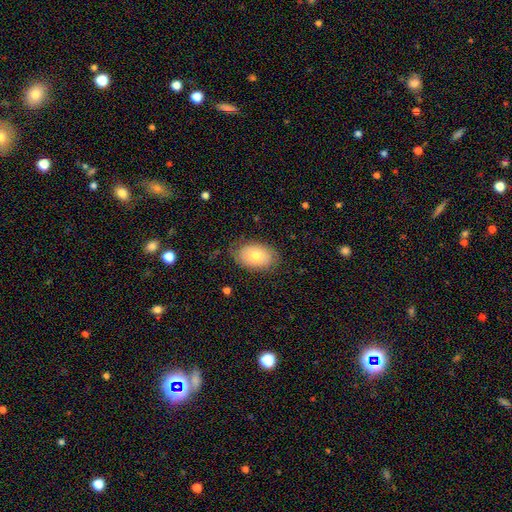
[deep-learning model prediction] smooth 73%, featured or disk 20%, star or artifact 7%. Down the decision tree: how rounded — in between (88%); merging — none (77%).